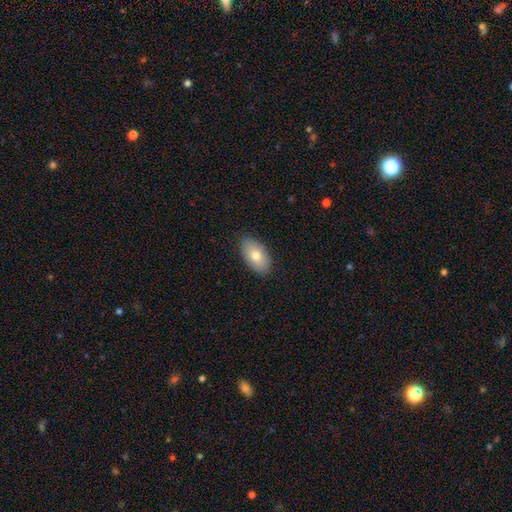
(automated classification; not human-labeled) Q: Smooth or featured?
A: smooth (75%); runner-up: featured or disk (18%)
Q: How rounded?
A: in between (93%); runner-up: round (5%)
Q: Merging?
A: none (86%); runner-up: minor disturbance (10%)